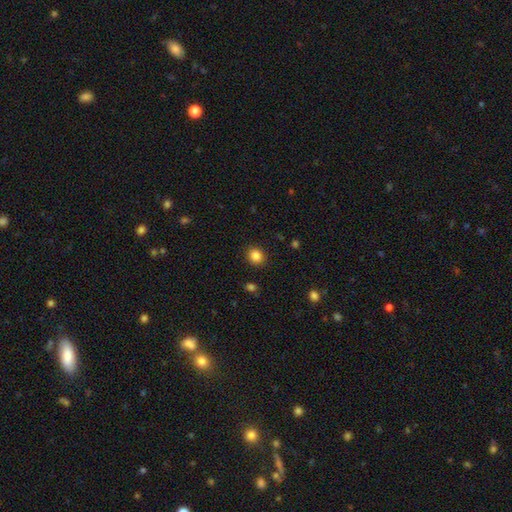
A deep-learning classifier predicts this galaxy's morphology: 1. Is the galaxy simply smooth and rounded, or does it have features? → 85% smooth, 11% star or artifact, 4% featured or disk.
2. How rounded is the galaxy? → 76% round, 23% in between, 1% cigar-shaped.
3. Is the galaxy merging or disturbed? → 89% none, 7% minor disturbance, 2% major disturbance, 1% merger.